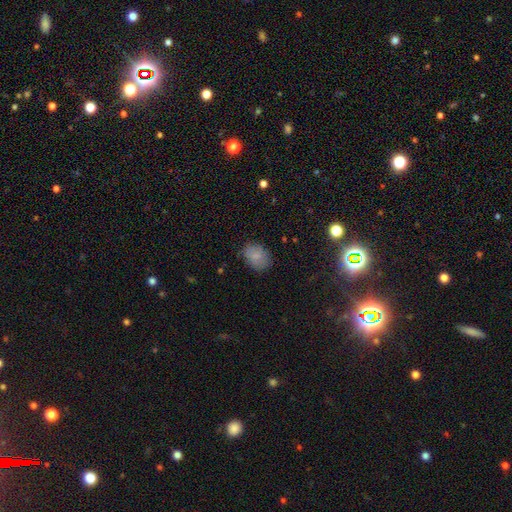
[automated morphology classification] This appears to be a smooth galaxy with no disk features (79%) that is in between round and cigar-shaped (76%). Merging: none (75%).